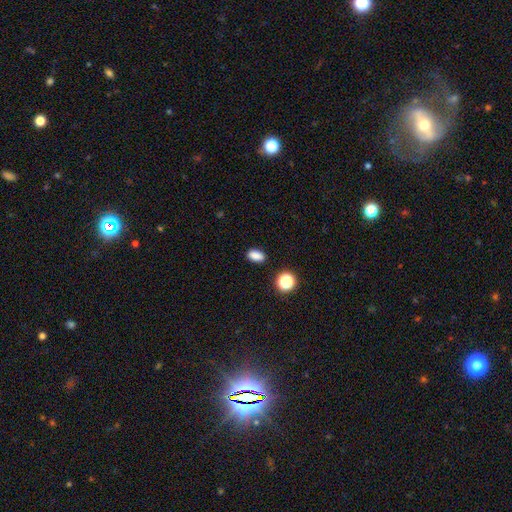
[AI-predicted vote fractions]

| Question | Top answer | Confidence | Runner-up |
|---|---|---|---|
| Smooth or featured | smooth | 84% | star or artifact (12%) |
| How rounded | in between | 84% | round (12%) |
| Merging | none | 88% | minor disturbance (8%) |